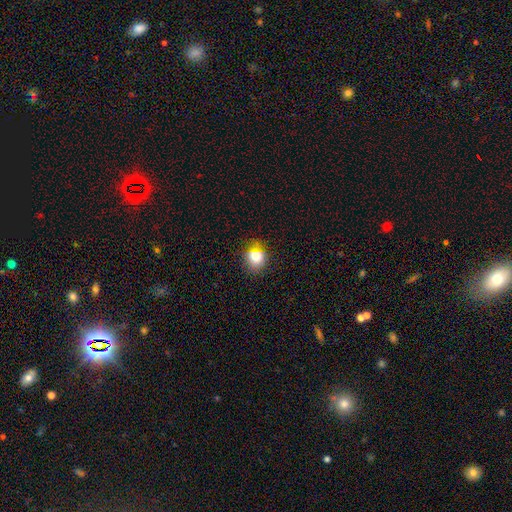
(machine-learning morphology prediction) smooth 77%, star or artifact 14%, featured or disk 9%. Down the decision tree: how rounded — round (71%); merging — none (81%).